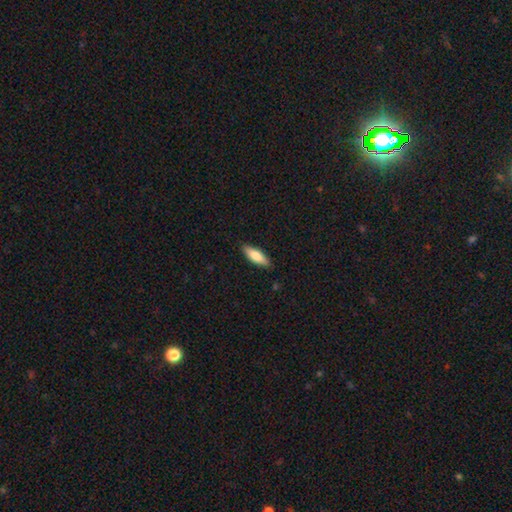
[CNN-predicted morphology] type=smooth (78%); roundness=in between (56%); merging=none (87%).